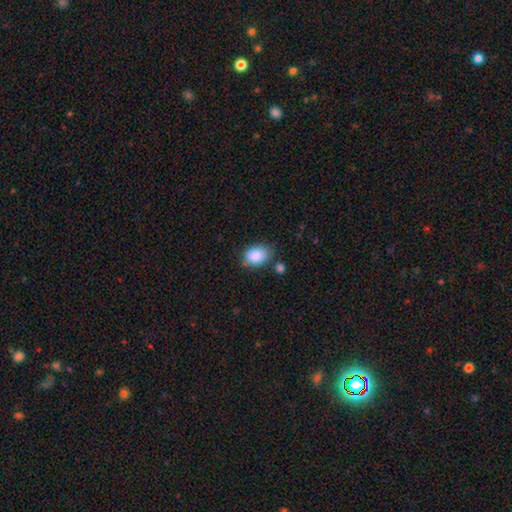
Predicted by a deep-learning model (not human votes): Smooth or featured? Predicted: smooth (p=0.86). How rounded? Predicted: in between (p=0.78). Merging? Predicted: none (p=0.71).